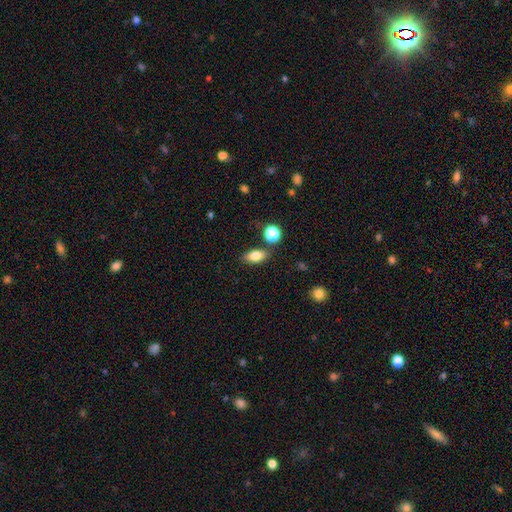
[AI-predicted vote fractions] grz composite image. It shows a smooth galaxy with no disk features (80%) that is in between round and cigar-shaped (84%). Merging: none (79%).